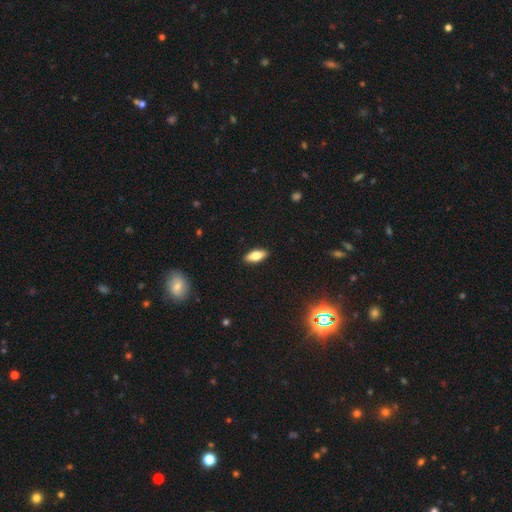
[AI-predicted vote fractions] A smooth galaxy with no disk features (71%) that is in between round and cigar-shaped (76%).

Vote fractions:
- Smooth or featured? smooth: 71% / featured or disk: 22% / star or artifact: 7%
- How rounded? in between: 76% / cigar-shaped: 21% / round: 3%
- Merging? none: 90% / minor disturbance: 7% / major disturbance: 2% / merger: 1%